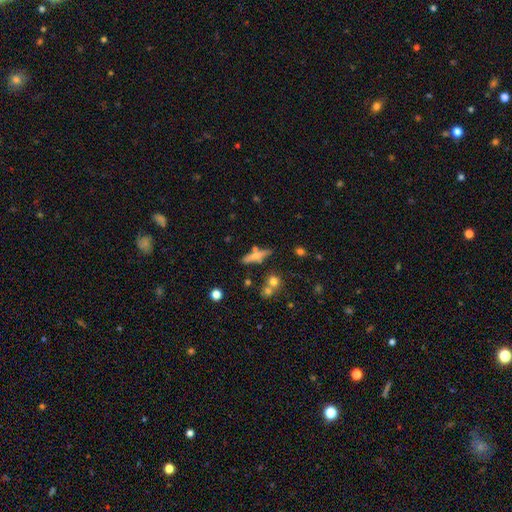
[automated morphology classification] Smooth or featured: smooth — 48% (featured or disk — 43%)
Merging: none — 68% (minor disturbance — 14%)